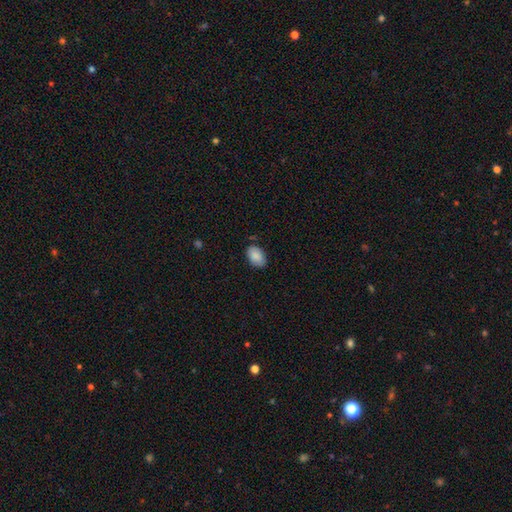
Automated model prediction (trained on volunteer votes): A smooth galaxy with no disk features (86%) that is in between round and cigar-shaped (90%). Merging: none (80%).